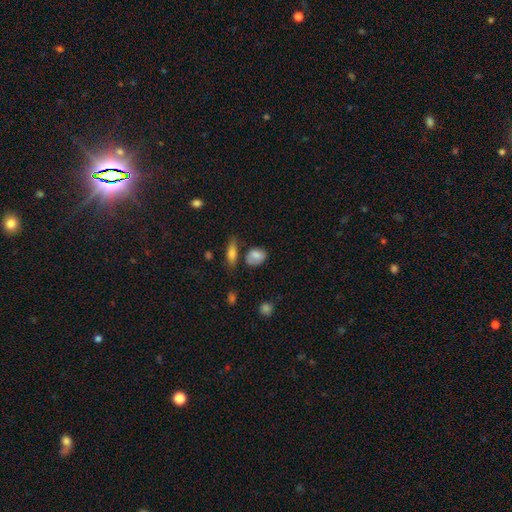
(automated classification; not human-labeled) smooth 77%, featured or disk 14%, star or artifact 8%. Down the decision tree: how rounded — in between (72%); merging — none (56%).